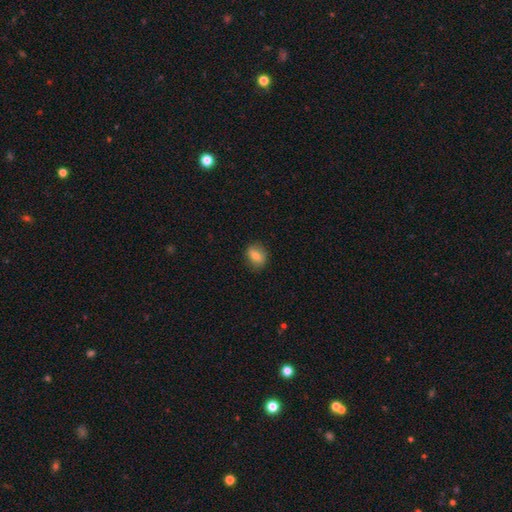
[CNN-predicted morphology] Smooth or featured? smooth (70%)
How rounded? in between (51%)
Merging? none (85%)